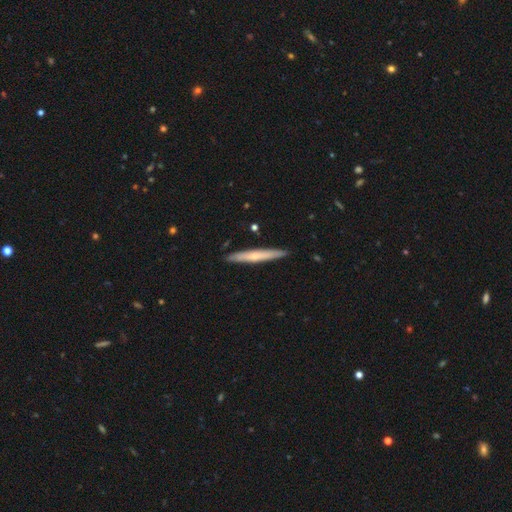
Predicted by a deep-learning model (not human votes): Smooth or featured?
  - smooth: 54% *
  - featured or disk: 41%
  - star or artifact: 5%
How rounded?
  - cigar-shaped: 95% *
  - in between: 3%
  - round: 1%
Merging?
  - none: 90% *
  - minor disturbance: 8%
  - major disturbance: 1%
  - merger: 1%